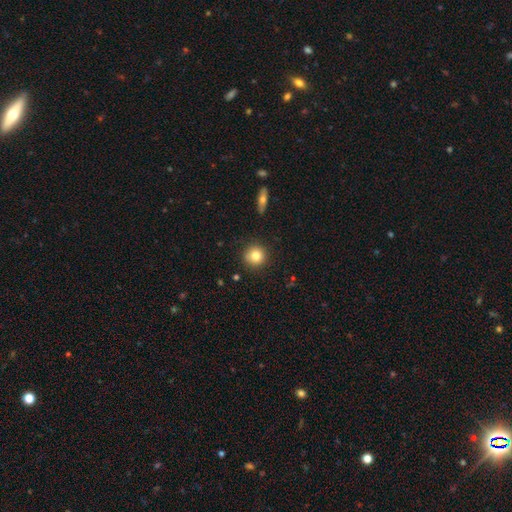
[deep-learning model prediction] Smooth or featured: smooth — 81% (star or artifact — 10%)
How rounded: round — 93% (in between — 6%)
Merging: none — 89% (minor disturbance — 7%)